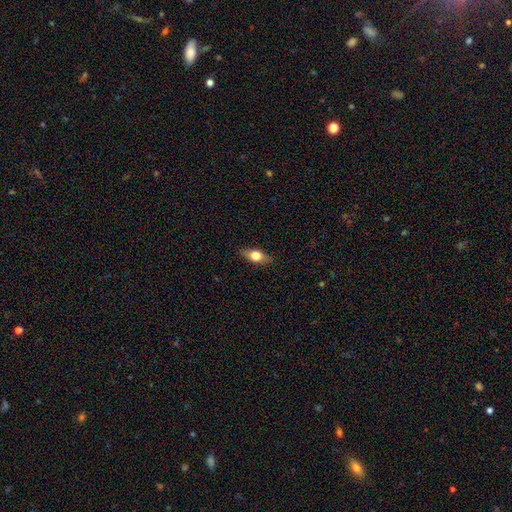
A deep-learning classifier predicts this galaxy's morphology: This appears to be a smooth galaxy with no disk features (62%) that is in between round and cigar-shaped (76%). Merging: none (86%).